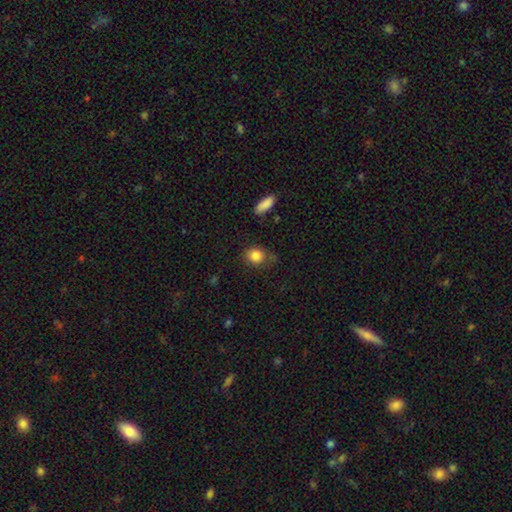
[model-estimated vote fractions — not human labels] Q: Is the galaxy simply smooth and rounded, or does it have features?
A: smooth — 85%.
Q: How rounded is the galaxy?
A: round — 69%.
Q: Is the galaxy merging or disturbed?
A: none — 71%.